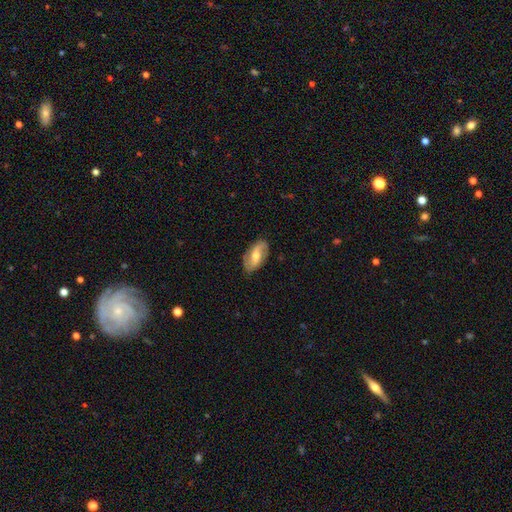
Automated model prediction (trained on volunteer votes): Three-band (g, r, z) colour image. It shows a featured or disk galaxy (62%) with a weak bar (44%), spiral arms (85%) and a moderate central bulge (65%). Merging: none (82%).